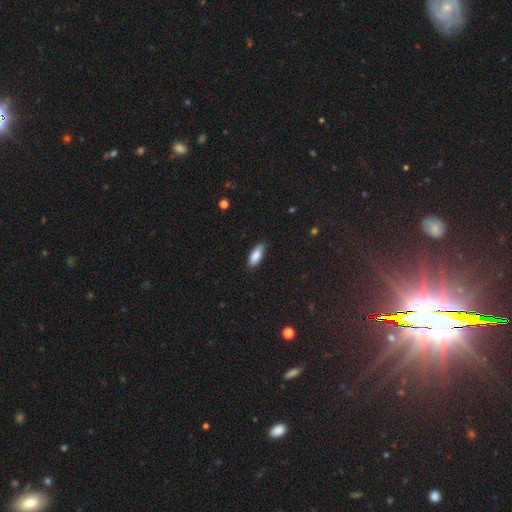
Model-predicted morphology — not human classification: Q: Smooth or featured?
A: smooth (84%); runner-up: featured or disk (9%)
Q: How rounded?
A: in between (78%); runner-up: cigar-shaped (20%)
Q: Merging?
A: none (78%); runner-up: minor disturbance (18%)